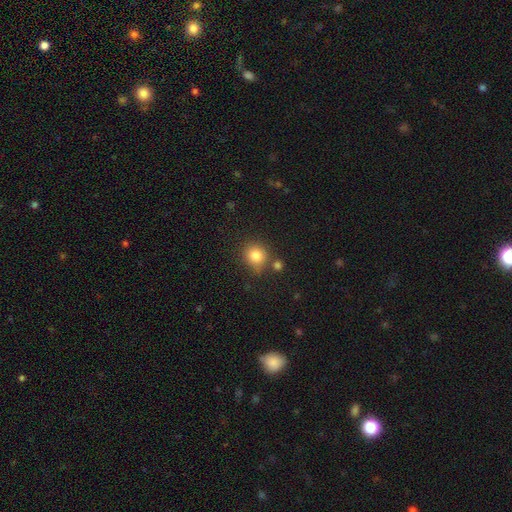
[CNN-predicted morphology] smooth-or-featured: smooth: 83% | star or artifact: 11% | featured or disk: 6%
  how-rounded: round: 84% | in between: 15% | cigar-shaped: 1%
  merging: none: 72% | minor disturbance: 13% | merger: 11% | major disturbance: 4%